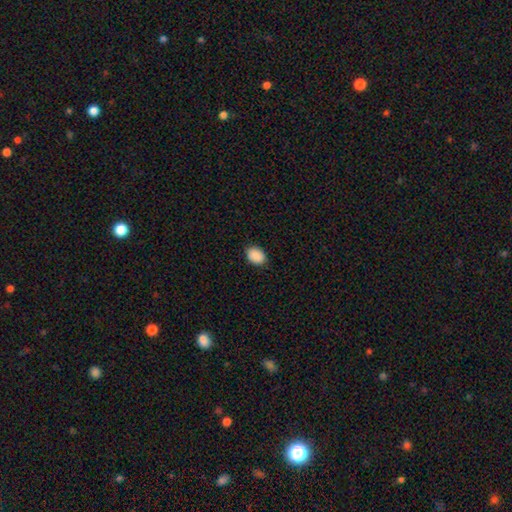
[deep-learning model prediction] Overall: smooth (90%). How rounded: in between (73%). Merging: none (88%).